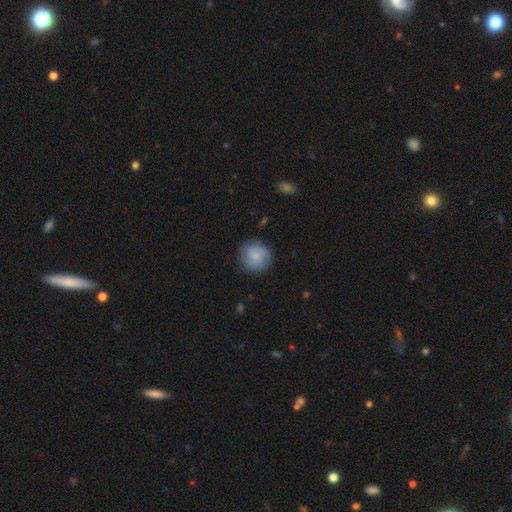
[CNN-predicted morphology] Smooth or featured?
  - smooth: 76% *
  - featured or disk: 16%
  - star or artifact: 7%
How rounded?
  - round: 91% *
  - in between: 8%
  - cigar-shaped: 1%
Merging?
  - none: 83% *
  - minor disturbance: 12%
  - major disturbance: 3%
  - merger: 1%